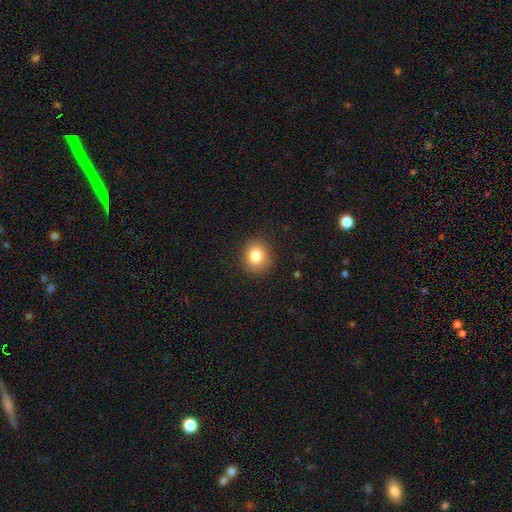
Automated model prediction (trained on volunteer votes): smooth 83%, star or artifact 10%, featured or disk 7%. Down the decision tree: how rounded — round (76%); merging — none (88%).